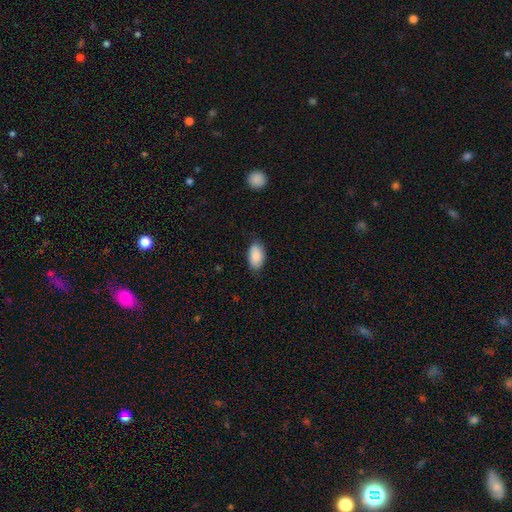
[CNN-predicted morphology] This is clearly a smooth galaxy (88%). How rounded: clearly in between (94%). Merging: clearly none (82%).